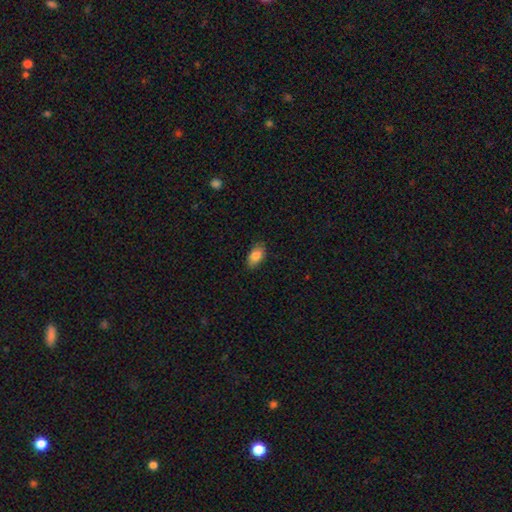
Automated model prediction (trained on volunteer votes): Q: Smooth or featured?
A: smooth (86%); runner-up: featured or disk (7%)
Q: How rounded?
A: in between (92%); runner-up: round (5%)
Q: Merging?
A: none (84%); runner-up: minor disturbance (12%)